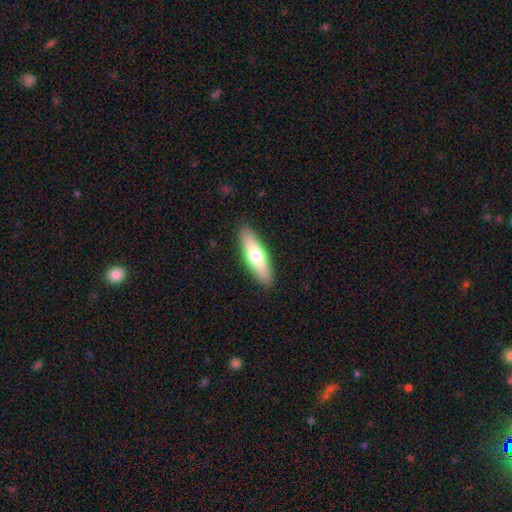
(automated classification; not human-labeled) Smooth or featured?
  - smooth: 64% *
  - featured or disk: 30%
  - star or artifact: 6%
How rounded?
  - cigar-shaped: 60% *
  - in between: 38%
  - round: 2%
Merging?
  - none: 90% *
  - minor disturbance: 8%
  - major disturbance: 2%
  - merger: 1%